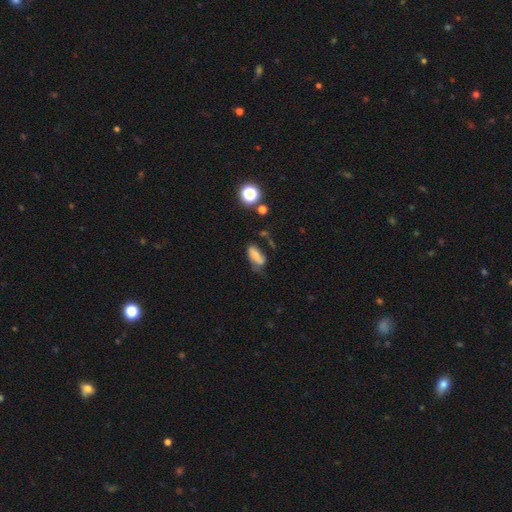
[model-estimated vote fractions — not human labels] Smooth or featured: smooth — 63% (featured or disk — 25%)
How rounded: in between — 84% (cigar-shaped — 11%)
Merging: none — 43% (minor disturbance — 32%)